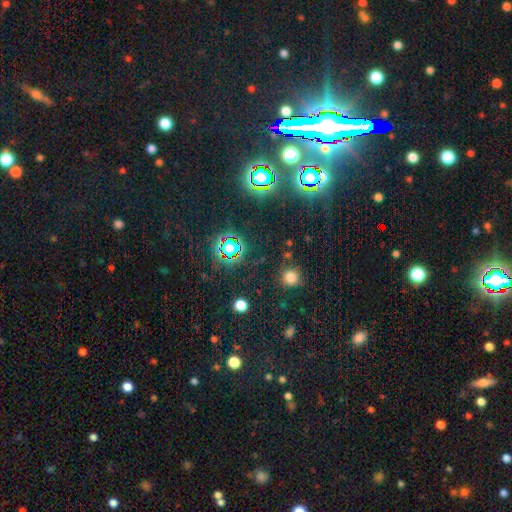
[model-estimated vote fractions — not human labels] smooth-or-featured: star or artifact: 79% | smooth: 13% | featured or disk: 8%